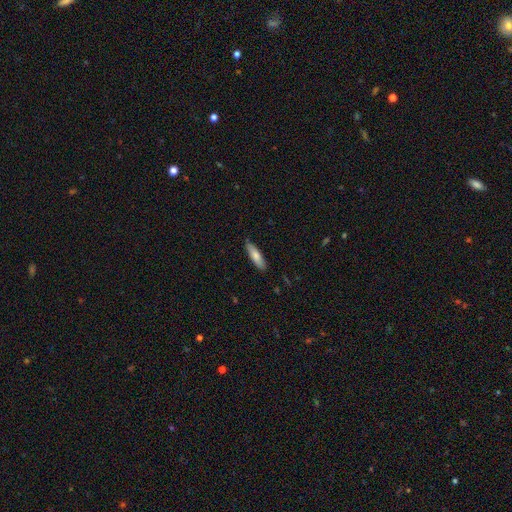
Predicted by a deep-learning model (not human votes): This is likely a smooth galaxy (75%). How rounded: likely cigar-shaped (65%). Merging: clearly none (86%).